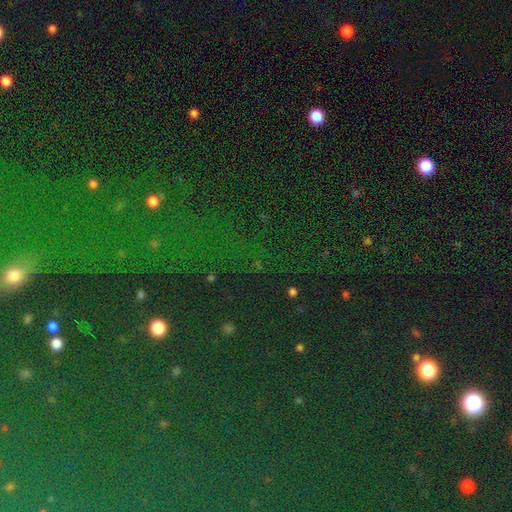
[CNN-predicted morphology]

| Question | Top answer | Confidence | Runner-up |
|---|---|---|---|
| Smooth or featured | star or artifact | 80% | smooth (12%) |